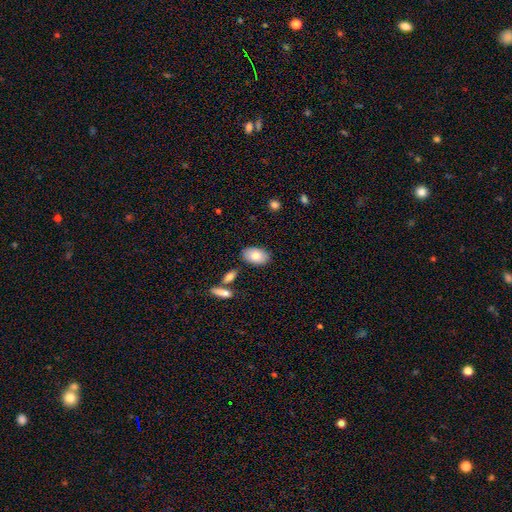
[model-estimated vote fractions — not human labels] Smooth or featured: smooth — 78% (featured or disk — 15%)
How rounded: in between — 91% (round — 7%)
Merging: none — 81% (minor disturbance — 11%)